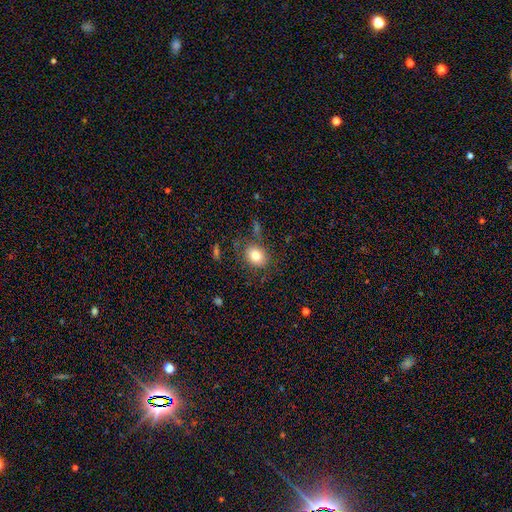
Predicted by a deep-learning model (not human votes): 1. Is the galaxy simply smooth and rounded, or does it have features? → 81% smooth, 10% star or artifact, 10% featured or disk.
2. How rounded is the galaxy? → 51% in between, 48% round, 1% cigar-shaped.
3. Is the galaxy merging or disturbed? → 75% none, 14% minor disturbance, 6% major disturbance, 5% merger.